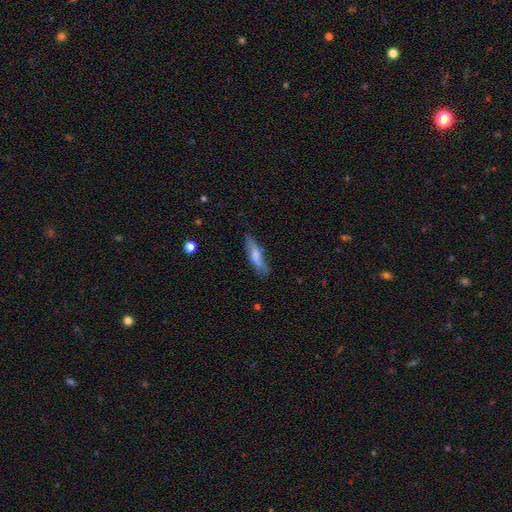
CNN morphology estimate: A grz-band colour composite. It shows a smooth galaxy with no disk features (65%) that is cigar-shaped (65%). Merging: none (66%).